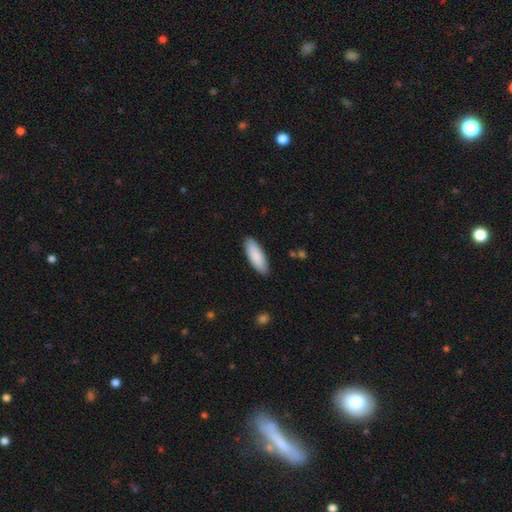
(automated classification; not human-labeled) This appears to be a smooth galaxy with no disk features (89%) that is in between round and cigar-shaped (63%). Merging: none (89%).